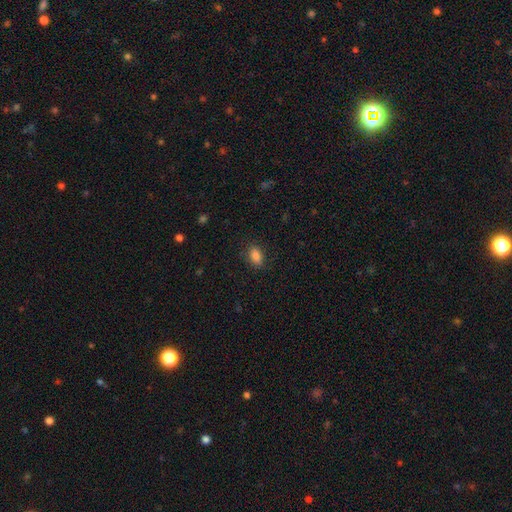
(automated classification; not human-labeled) smooth-or-featured: smooth: 86% | star or artifact: 9% | featured or disk: 4%
  how-rounded: in between: 87% | round: 10% | cigar-shaped: 3%
  merging: none: 85% | minor disturbance: 11% | major disturbance: 3% | merger: 1%